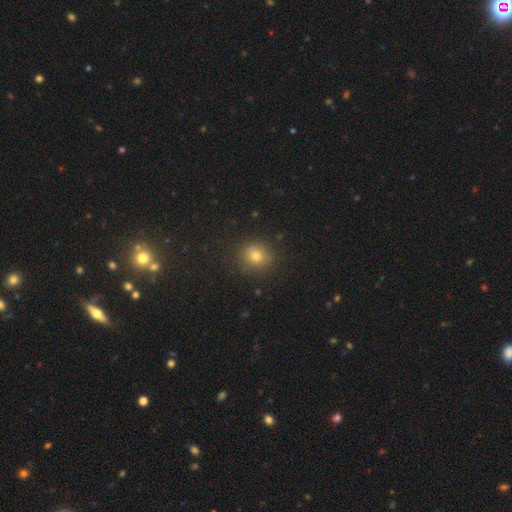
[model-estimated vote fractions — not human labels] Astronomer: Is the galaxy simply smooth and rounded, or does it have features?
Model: smooth — 73%.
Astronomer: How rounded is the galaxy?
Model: round — 84%.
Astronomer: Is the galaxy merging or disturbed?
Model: none — 86%.